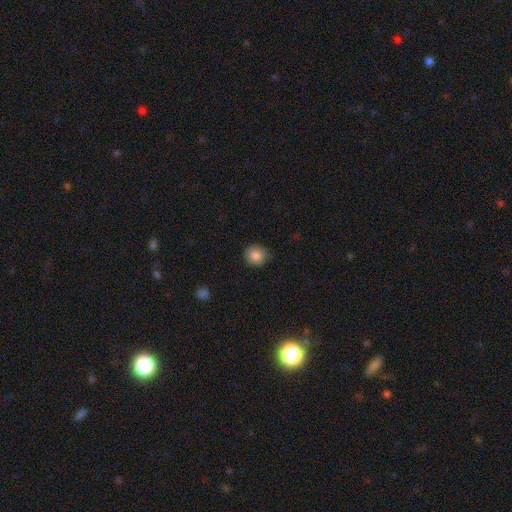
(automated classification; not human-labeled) Morphology: type=smooth (83%); roundness=round (87%); merging=none (81%).